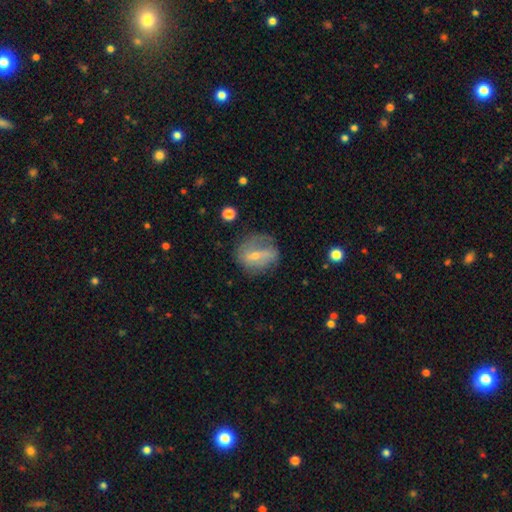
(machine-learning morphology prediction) featured or disk 58%, smooth 32%, star or artifact 10%. Down the decision tree: edge-on disk — no (92%); bar — weak (40%); spiral arms — yes (58%); bulge size — small (61%); merging — none (56%).